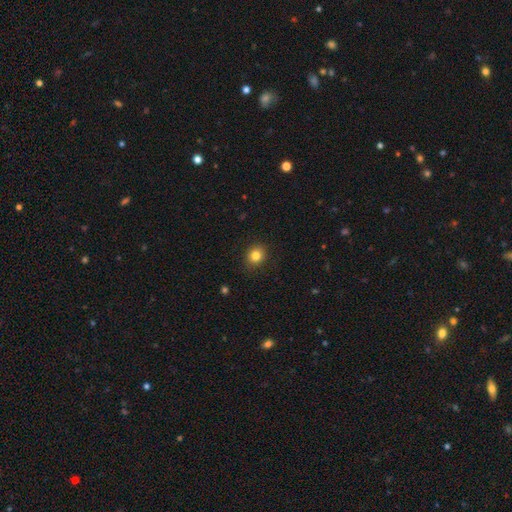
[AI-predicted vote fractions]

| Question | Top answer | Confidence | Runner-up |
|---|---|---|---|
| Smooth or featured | smooth | 82% | star or artifact (11%) |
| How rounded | round | 72% | in between (27%) |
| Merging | none | 89% | minor disturbance (8%) |